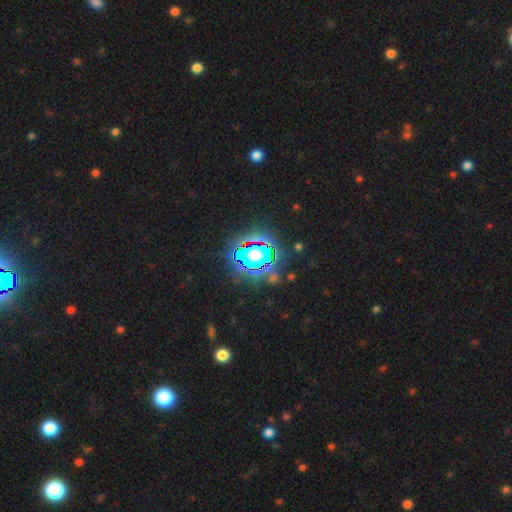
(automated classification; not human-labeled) A star or artifact, not a galaxy (65%).